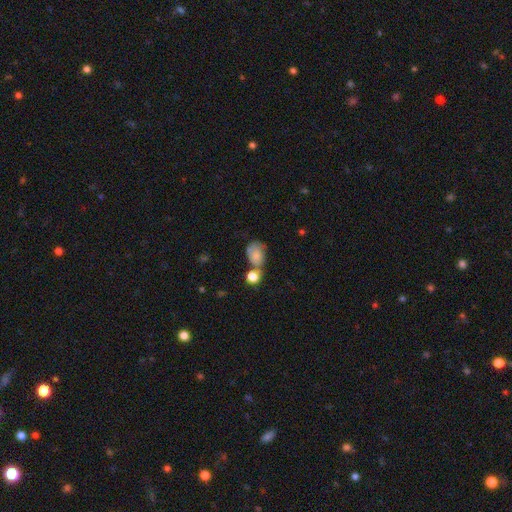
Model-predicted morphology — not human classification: smooth 68%, featured or disk 22%, star or artifact 10%. Down the decision tree: how rounded — in between (63%); merging — none (33%).